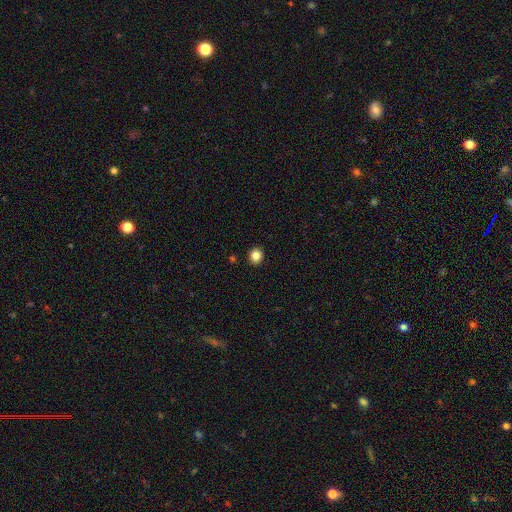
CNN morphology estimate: type=smooth (84%); roundness=round (81%); merging=none (92%).